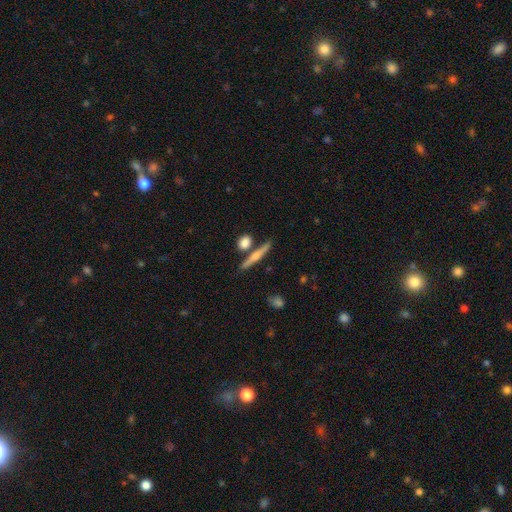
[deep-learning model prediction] featured or disk 48%, smooth 46%, star or artifact 7%. Down the decision tree: merging — none (76%).